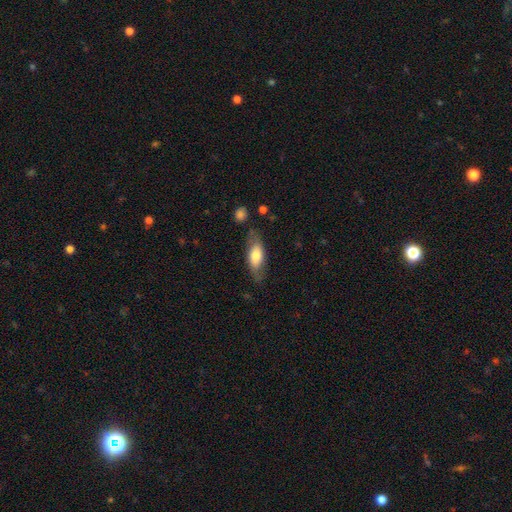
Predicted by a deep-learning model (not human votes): Smooth or featured? Predicted: smooth (p=0.66). How rounded? Predicted: in between (p=0.72). Merging? Predicted: none (p=0.71).